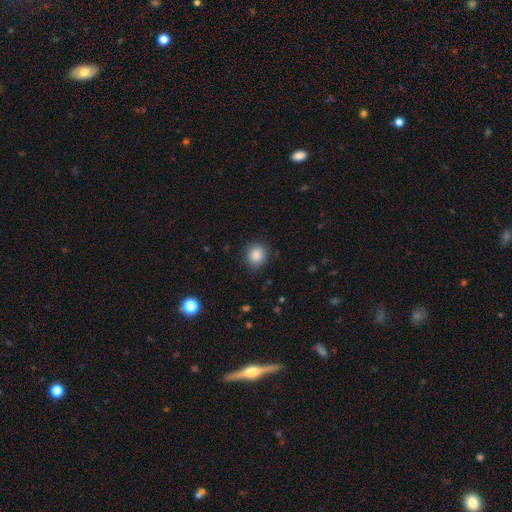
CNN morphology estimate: smooth-or-featured: smooth: 87% | star or artifact: 9% | featured or disk: 4%
  how-rounded: round: 76% | in between: 23% | cigar-shaped: 1%
  merging: none: 84% | minor disturbance: 12% | major disturbance: 3% | merger: 1%